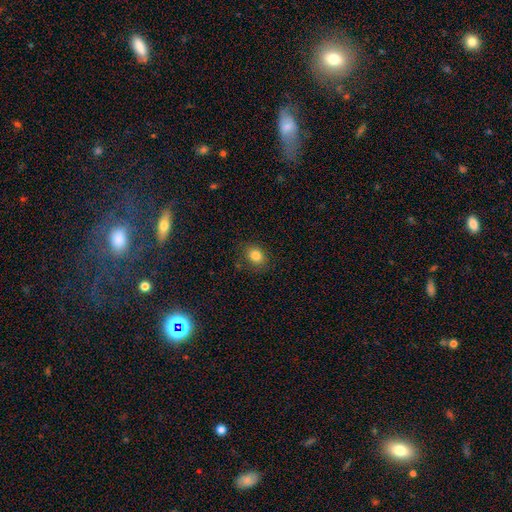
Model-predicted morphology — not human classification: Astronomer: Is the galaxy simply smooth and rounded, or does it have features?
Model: smooth — 83%.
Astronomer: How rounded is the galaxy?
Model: in between — 52% (runner-up: round, 47%).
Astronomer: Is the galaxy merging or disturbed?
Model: none — 83%.